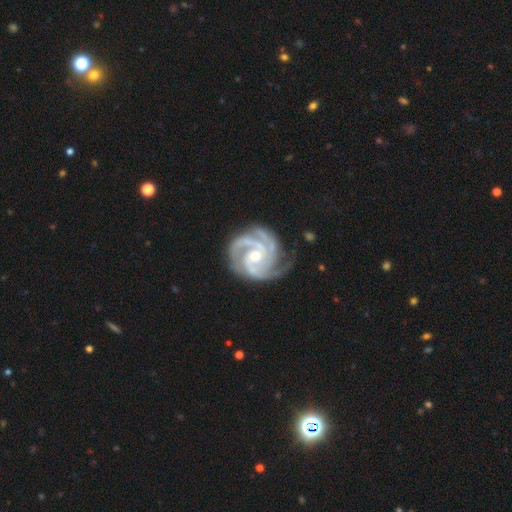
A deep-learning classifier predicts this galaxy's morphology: Overall: featured or disk (94%). Edge-on disk: no (98%). Bar: no (61%; weak 30%). Spiral arms: yes (99%). Spiral arm count: 3 (58%). Spiral winding: tight (65%; medium 32%). Bulge size: moderate (55%; small 41%). Merging: none (72%).